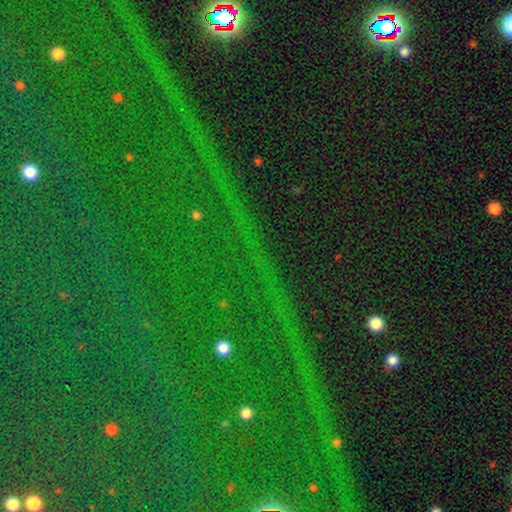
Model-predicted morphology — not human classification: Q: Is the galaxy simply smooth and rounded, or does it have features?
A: star or artifact — 85%.